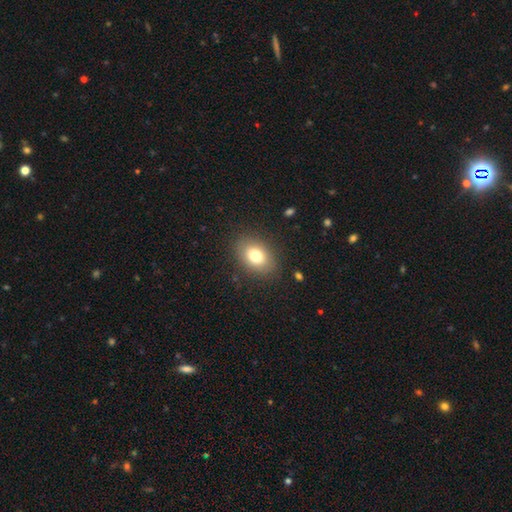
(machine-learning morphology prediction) A smooth galaxy with no disk features (77%) that is in between round and cigar-shaped (76%). Merging: none (85%).